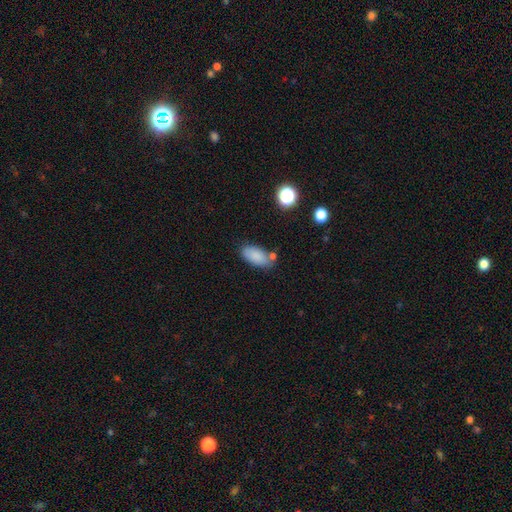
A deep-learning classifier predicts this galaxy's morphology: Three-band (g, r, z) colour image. It shows a smooth galaxy with no disk features (86%) that is in between round and cigar-shaped (91%). Merging: none (72%).